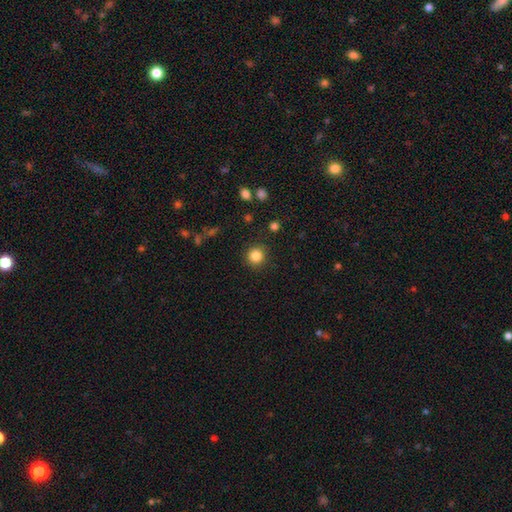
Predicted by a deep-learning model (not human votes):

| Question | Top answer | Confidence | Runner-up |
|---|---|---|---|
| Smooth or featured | smooth | 84% | star or artifact (11%) |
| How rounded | round | 93% | in between (6%) |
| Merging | none | 89% | minor disturbance (7%) |